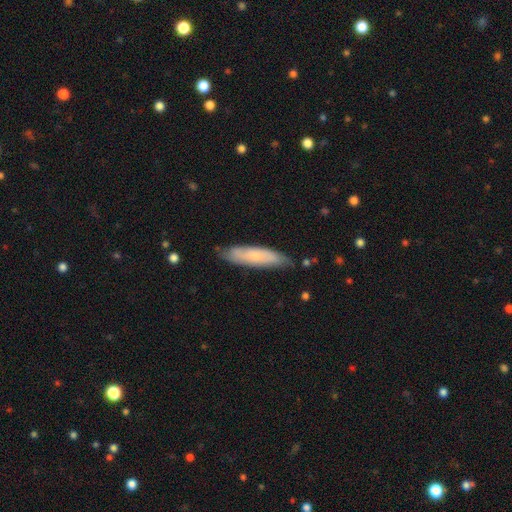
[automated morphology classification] This appears to be a smooth galaxy with no disk features (61%) that is cigar-shaped (73%). Merging: none (78%).